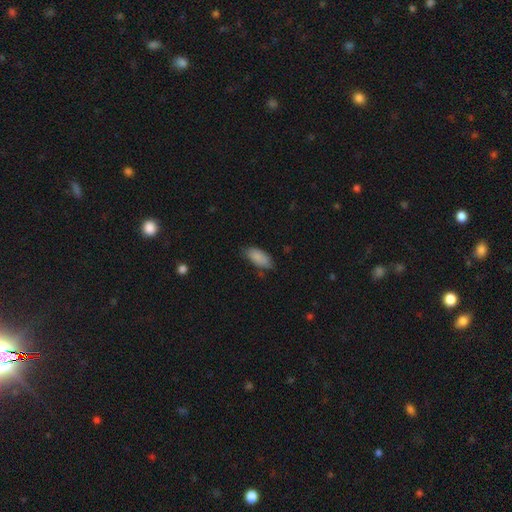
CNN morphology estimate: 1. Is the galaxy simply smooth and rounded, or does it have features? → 87% smooth, 7% featured or disk, 6% star or artifact.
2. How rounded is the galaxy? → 89% in between, 9% cigar-shaped, 2% round.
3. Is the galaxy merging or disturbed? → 69% none, 25% minor disturbance, 4% major disturbance, 2% merger.